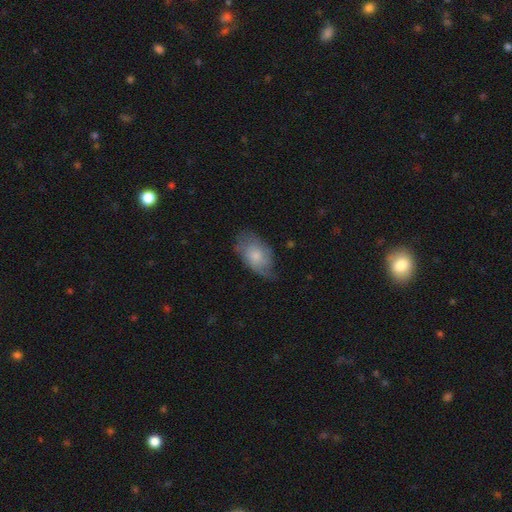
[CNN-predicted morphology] Smooth or featured? Predicted: smooth (p=0.62). How rounded? Predicted: in between (p=0.91). Merging? Predicted: none (p=0.53).